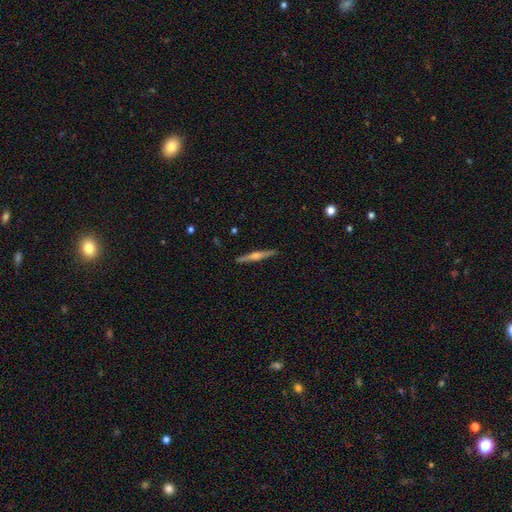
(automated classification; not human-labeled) A featured or disk galaxy (69%) viewed edge-on (98%) with a rounded central bulge (85%).

Vote fractions:
- Smooth or featured? featured or disk: 69% / smooth: 25% / star or artifact: 6%
- Edge-on disk? yes: 98% / no: 2%
- Edge-on bulge? rounded: 85% / none: 9% / boxy: 7%
- Merging? none: 92% / minor disturbance: 6% / major disturbance: 1% / merger: 1%